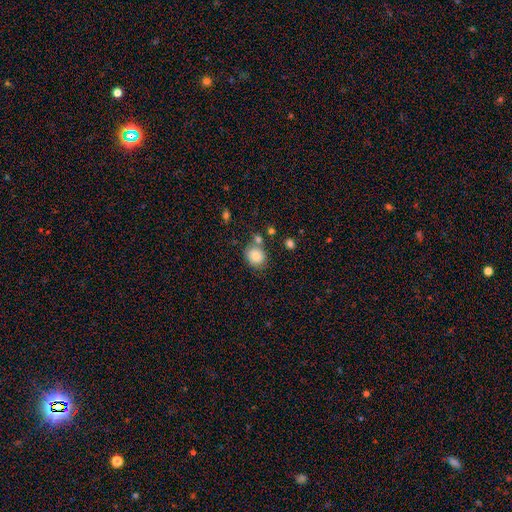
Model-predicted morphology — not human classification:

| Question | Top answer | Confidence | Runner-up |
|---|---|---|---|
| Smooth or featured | smooth | 81% | featured or disk (10%) |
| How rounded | round | 65% | in between (34%) |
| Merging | none | 62% | minor disturbance (18%) |